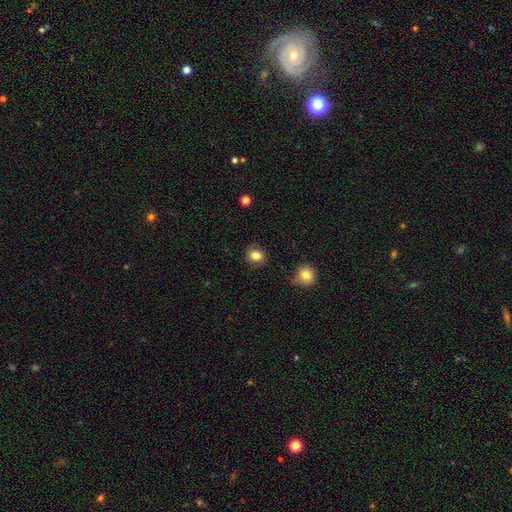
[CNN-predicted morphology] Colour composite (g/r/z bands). It shows a smooth galaxy with no disk features (84%) that is round (72%). Merging: none (85%).